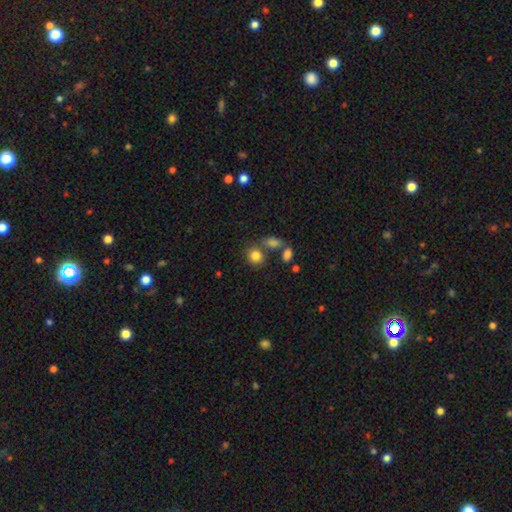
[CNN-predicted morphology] Smooth or featured? smooth (83%)
How rounded? round (66%)
Merging? none (63%)